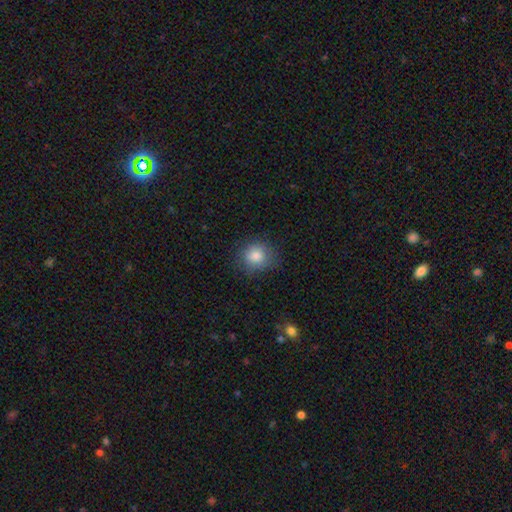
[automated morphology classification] Smooth or featured? Predicted: smooth (p=0.83). How rounded? Predicted: round (p=0.82). Merging? Predicted: none (p=0.79).